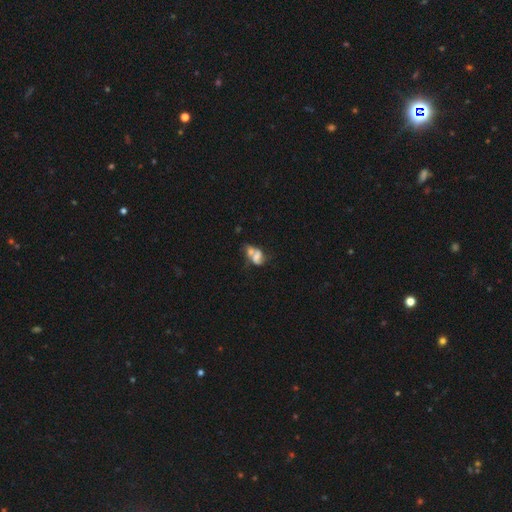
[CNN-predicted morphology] smooth-or-featured: smooth: 46% | featured or disk: 42% | star or artifact: 13%
  merging: merger: 55% | none: 19% | major disturbance: 15% | minor disturbance: 12%